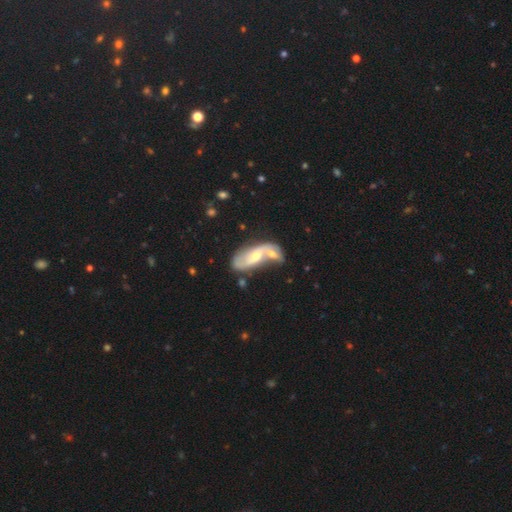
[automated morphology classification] Overall: featured or disk (71%). Edge-on disk: no (92%). Bar: no (50%; weak 37%). Spiral arms: yes (84%). Spiral arm count: 2 (85%). Spiral winding: loose (66%). Bulge size: moderate (56%; small 37%). Merging: merger (57%; none 24%).